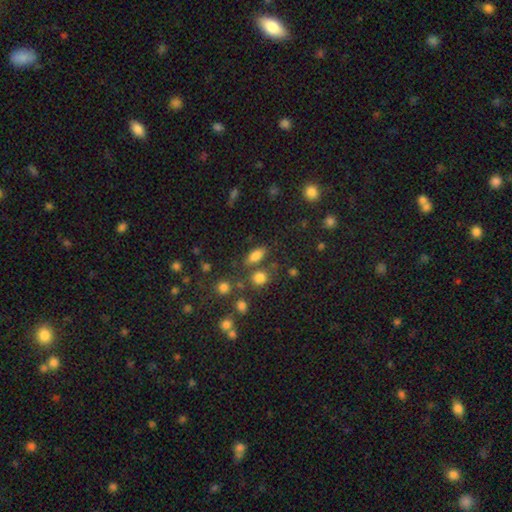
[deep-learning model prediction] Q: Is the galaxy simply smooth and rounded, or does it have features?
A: smooth — 81%.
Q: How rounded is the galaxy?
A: in between — 81%.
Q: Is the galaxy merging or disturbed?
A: none — 70%.